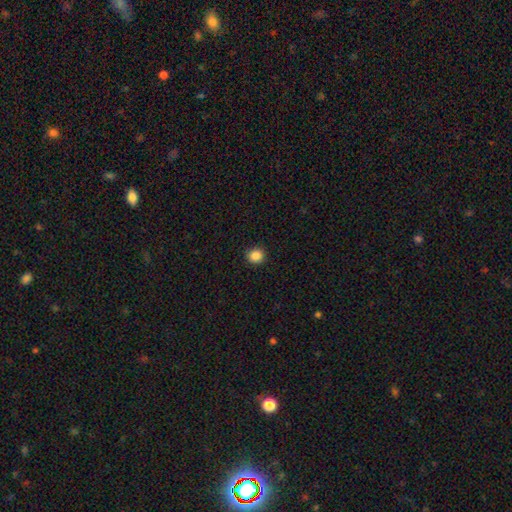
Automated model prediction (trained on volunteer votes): Q: Smooth or featured?
A: smooth (86%); runner-up: star or artifact (11%)
Q: How rounded?
A: round (90%); runner-up: in between (9%)
Q: Merging?
A: none (92%); runner-up: minor disturbance (5%)